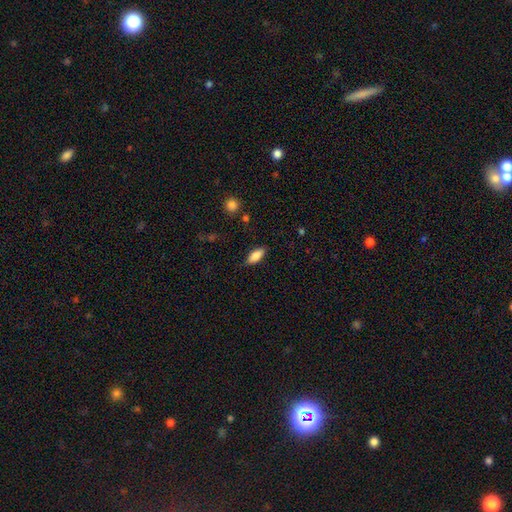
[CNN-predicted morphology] Smooth or featured? smooth (82%)
How rounded? in between (79%)
Merging? none (80%)